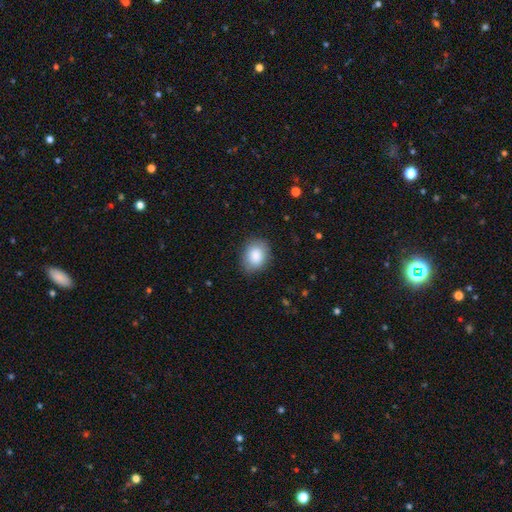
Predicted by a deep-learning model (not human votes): Smooth or featured: smooth — 87% (star or artifact — 7%)
How rounded: in between — 52% (round — 47%)
Merging: none — 82% (minor disturbance — 13%)